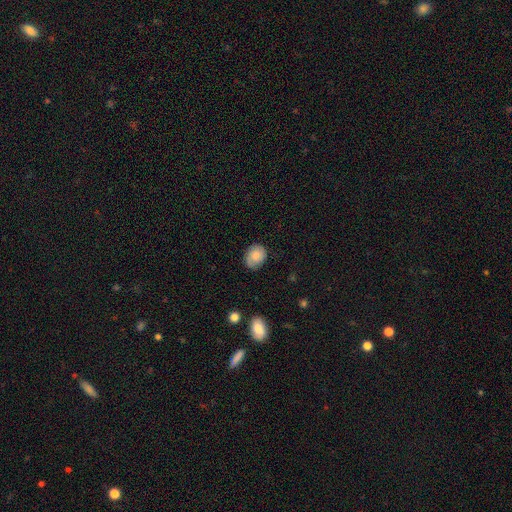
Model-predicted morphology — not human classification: Smooth or featured? smooth (72%)
How rounded? round (51%)
Merging? none (77%)